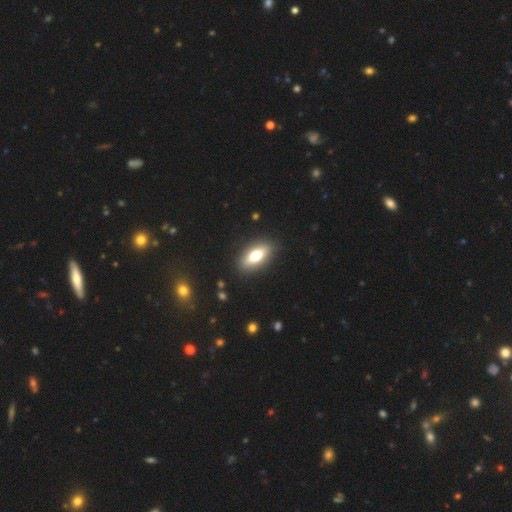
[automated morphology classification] smooth_or_featured: smooth (p=0.66) [alt: featured or disk p=0.26]
how_rounded: in between (p=0.81) [alt: cigar-shaped p=0.14]
merging: none (p=0.88) [alt: minor disturbance p=0.08]